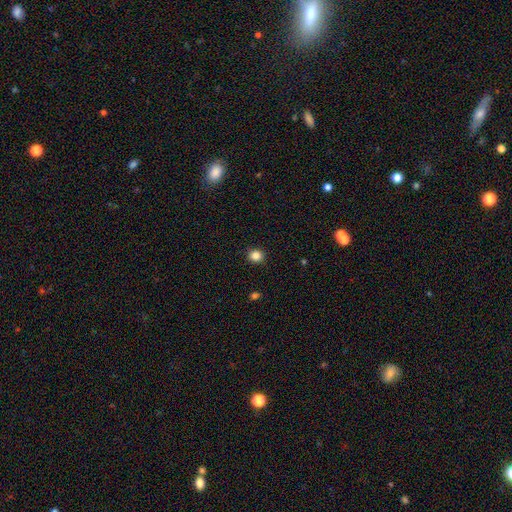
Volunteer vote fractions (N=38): A smooth galaxy with no disk features (92%) that is round (86%).

Vote fractions:
- Smooth or featured? smooth: 92% / star or artifact: 5% / featured or disk: 3%
- How rounded? round: 86% / in between: 14% / cigar-shaped: 0%
- Merging? none: 94% / minor disturbance: 6% / major disturbance: 0% / merger: 0%